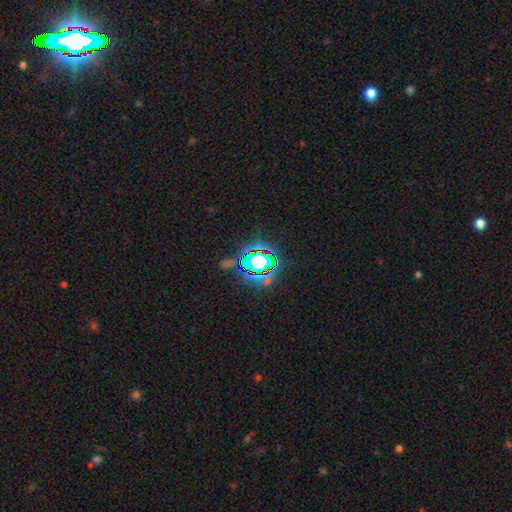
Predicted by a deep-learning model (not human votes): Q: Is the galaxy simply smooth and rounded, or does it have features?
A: star or artifact — 66%.